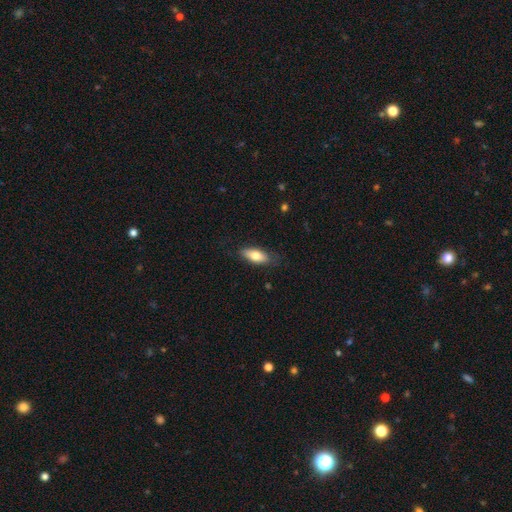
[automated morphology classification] A smooth galaxy with no disk features (75%) that is in between round and cigar-shaped (79%). Merging: none (79%).